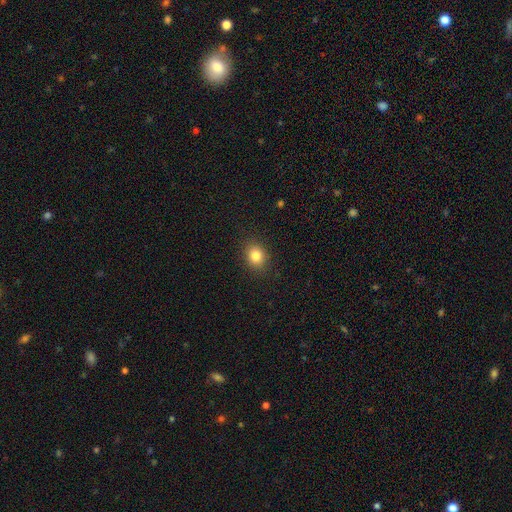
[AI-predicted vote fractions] Smooth or featured? Predicted: smooth (p=0.83). How rounded? Predicted: round (p=0.56). Merging? Predicted: none (p=0.88).